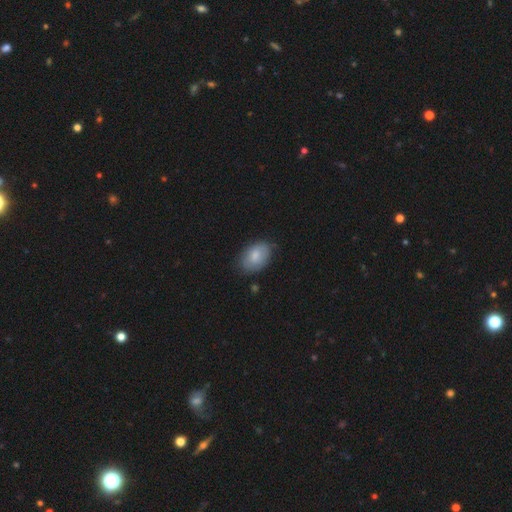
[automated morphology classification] smooth 76%, featured or disk 18%, star or artifact 7%. Down the decision tree: how rounded — in between (88%); merging — none (70%).